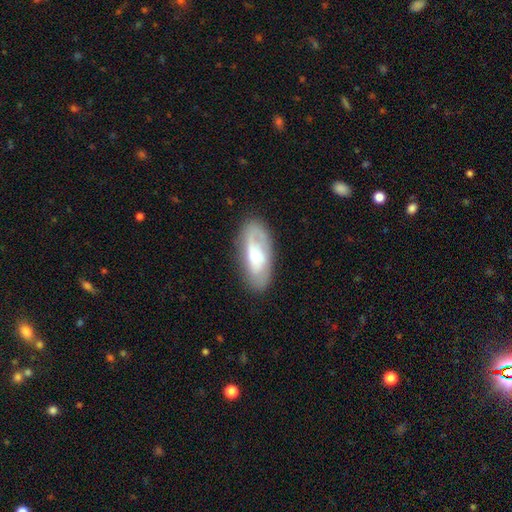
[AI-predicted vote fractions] smooth_or_featured: featured or disk (p=0.55) [alt: smooth p=0.39]
disk_edge_on: no (p=0.89) [alt: yes p=0.11]
merging: none (p=0.75) [alt: minor disturbance p=0.17]